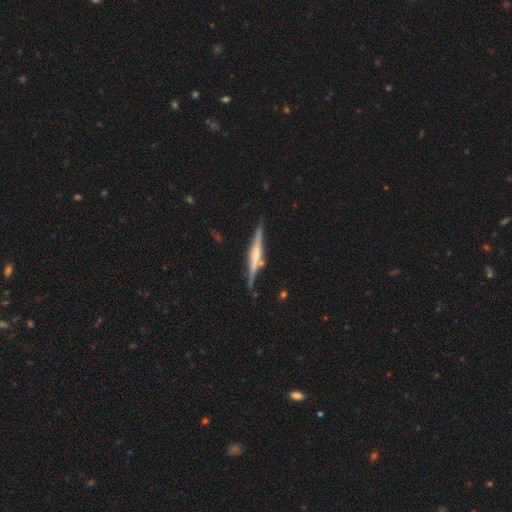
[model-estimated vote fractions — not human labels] This appears to be a featured or disk galaxy (72%) viewed edge-on (97%) with a rounded central bulge (50%). Merging: none (83%).